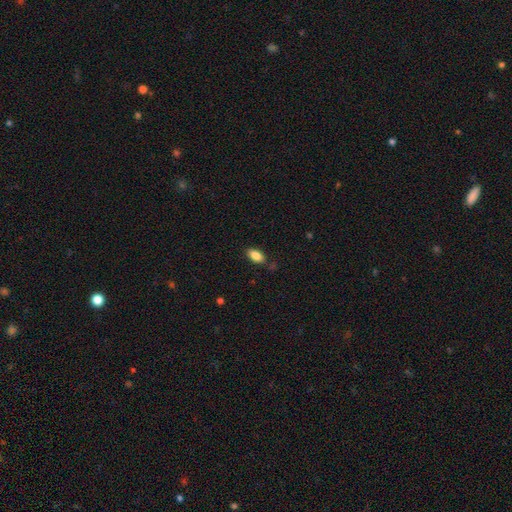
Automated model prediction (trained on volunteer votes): This is clearly a smooth galaxy (86%). How rounded: clearly in between (92%). Merging: clearly none (81%).